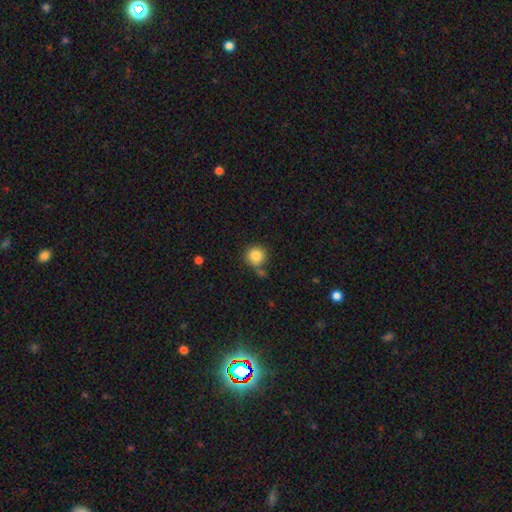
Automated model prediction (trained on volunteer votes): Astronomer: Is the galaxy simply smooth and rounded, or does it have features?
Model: smooth — 85%.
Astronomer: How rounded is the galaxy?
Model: round — 93%.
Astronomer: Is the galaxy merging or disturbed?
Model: none — 69%.